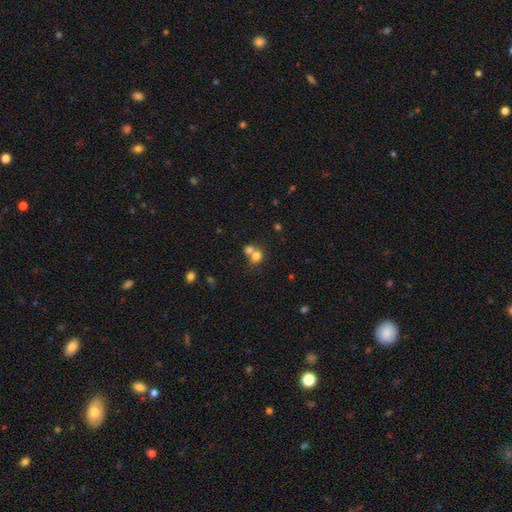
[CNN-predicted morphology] The model was most divided on "merging": merger: 58%, none: 32%, minor disturbance: 6%, major disturbance: 3%. More confident: smooth or featured — smooth (74%); how rounded — round (71%).